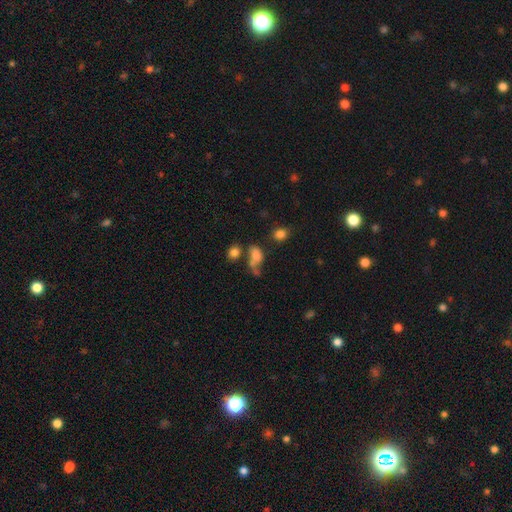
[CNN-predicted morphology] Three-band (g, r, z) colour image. It shows a smooth galaxy with no disk features (71%) that is in between round and cigar-shaped (72%). Merging: merger (34%).